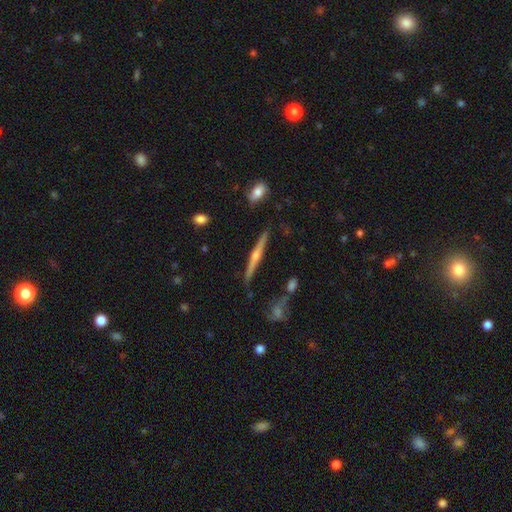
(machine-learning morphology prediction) smooth-or-featured: featured or disk: 75% | smooth: 19% | star or artifact: 6%
  disk-edge-on: yes: 98% | no: 2%
    edge-on-bulge: rounded: 88% | none: 8% | boxy: 5%
  merging: none: 86% | minor disturbance: 9% | merger: 2% | major disturbance: 2%